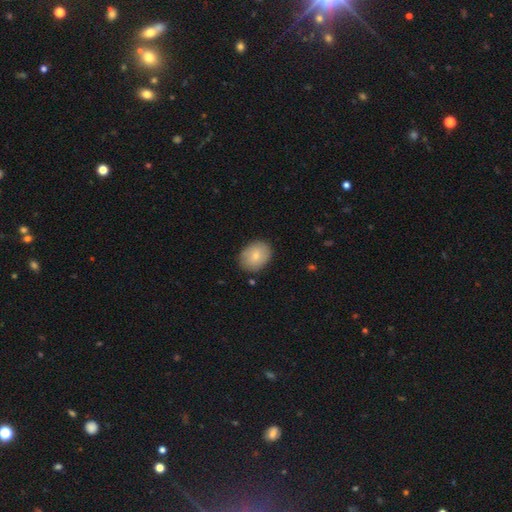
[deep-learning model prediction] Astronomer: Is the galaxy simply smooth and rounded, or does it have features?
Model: smooth — 78%.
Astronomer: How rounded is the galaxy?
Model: in between — 60% (runner-up: round, 39%).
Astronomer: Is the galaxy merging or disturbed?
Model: none — 84%.